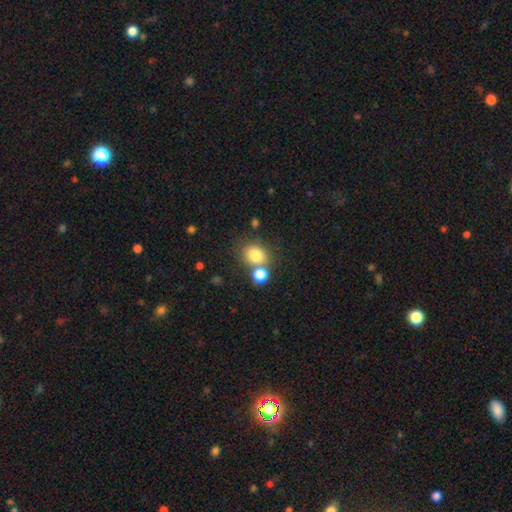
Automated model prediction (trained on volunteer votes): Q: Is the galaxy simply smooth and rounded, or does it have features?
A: smooth — 80%.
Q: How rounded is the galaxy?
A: round — 59%.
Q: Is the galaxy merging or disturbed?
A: none — 58%.